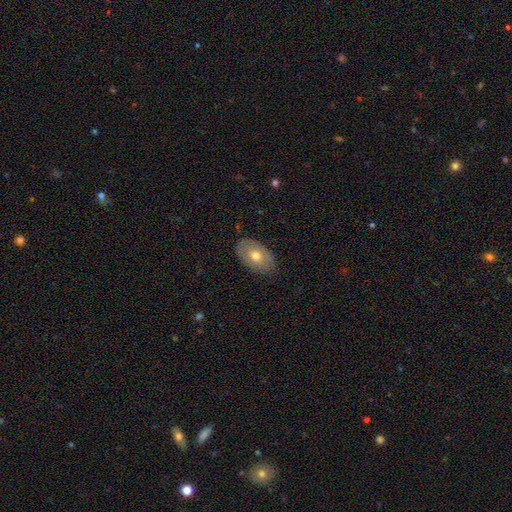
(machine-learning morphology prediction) This is likely a smooth galaxy (62%). How rounded: clearly in between (89%). Merging: likely none (79%).